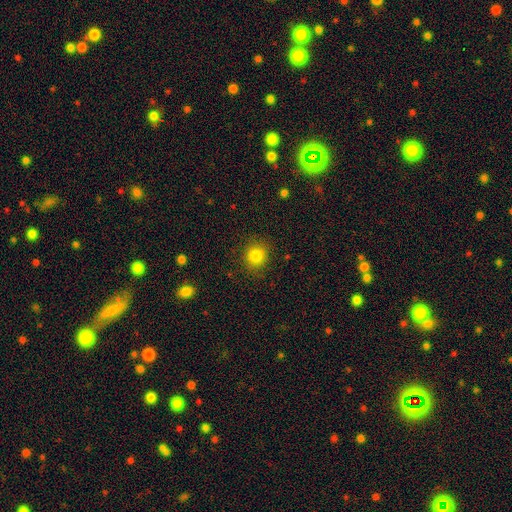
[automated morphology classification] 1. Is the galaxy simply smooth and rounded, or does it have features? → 82% smooth, 12% star or artifact, 6% featured or disk.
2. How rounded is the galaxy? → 85% round, 14% in between, 1% cigar-shaped.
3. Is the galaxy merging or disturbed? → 86% none, 9% minor disturbance, 3% major disturbance, 1% merger.